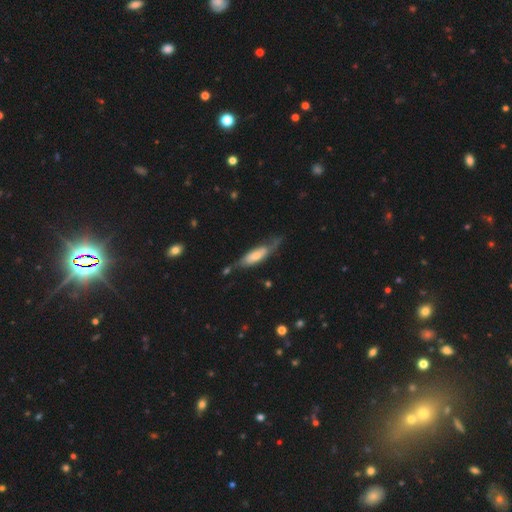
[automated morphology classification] smooth 50%, featured or disk 44%, star or artifact 6%. Down the decision tree: merging — none (49%).